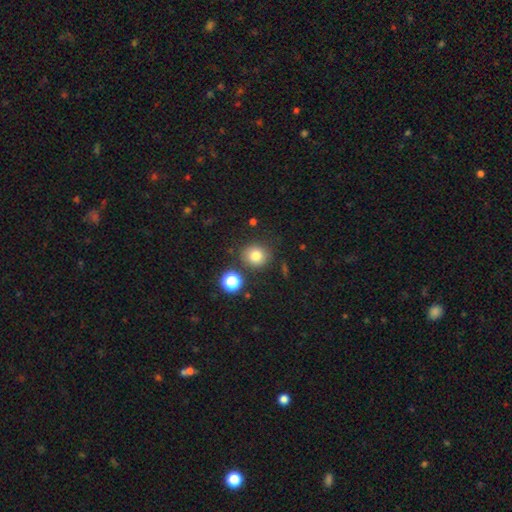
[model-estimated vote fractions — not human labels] This is likely a smooth galaxy (80%). How rounded: clearly round (85%). Merging: clearly none (82%).